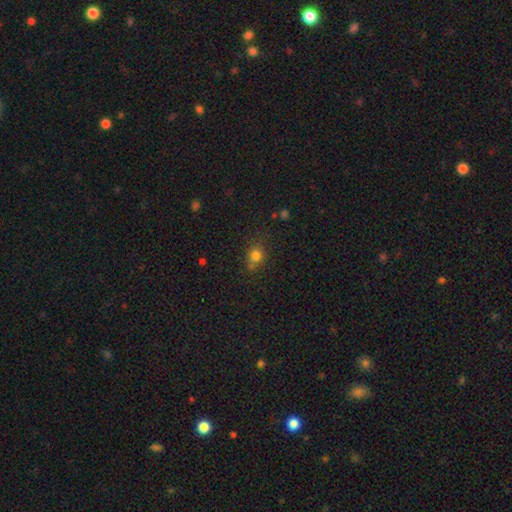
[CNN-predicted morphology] Smooth or featured?
  - smooth: 76% *
  - star or artifact: 16%
  - featured or disk: 8%
How rounded?
  - round: 71% *
  - in between: 28%
  - cigar-shaped: 1%
Merging?
  - none: 62% *
  - minor disturbance: 18%
  - merger: 13%
  - major disturbance: 6%